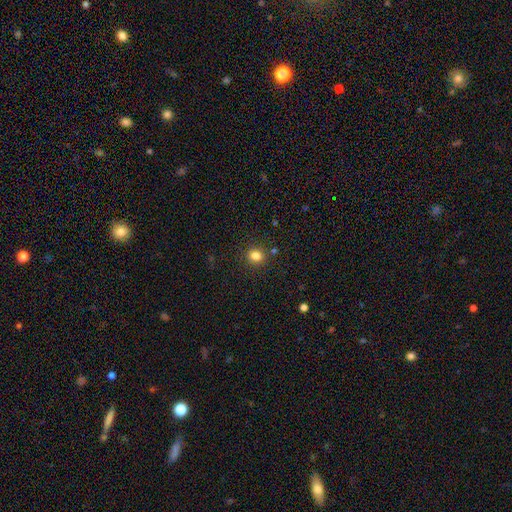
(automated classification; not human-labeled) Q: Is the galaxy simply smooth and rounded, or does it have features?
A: smooth — 82%.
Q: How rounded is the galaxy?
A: round — 77%.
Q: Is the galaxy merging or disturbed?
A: none — 86%.